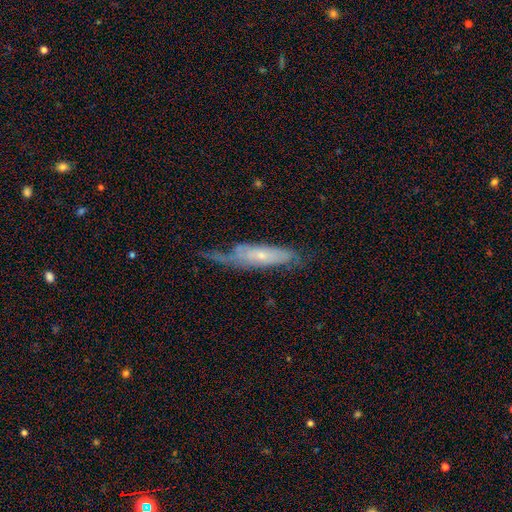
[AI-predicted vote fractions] Smooth or featured: featured or disk — 63% (smooth — 27%)
Edge-on disk: no — 57% (yes — 43%)
Merging: none — 57% (minor disturbance — 28%)